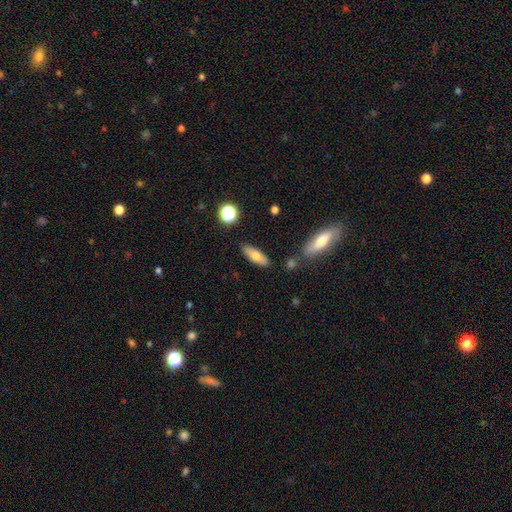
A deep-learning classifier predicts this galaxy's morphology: Smooth or featured?
  - smooth: 70% *
  - featured or disk: 22%
  - star or artifact: 8%
How rounded?
  - in between: 56% *
  - cigar-shaped: 41%
  - round: 3%
Merging?
  - none: 83% *
  - minor disturbance: 10%
  - merger: 4%
  - major disturbance: 2%